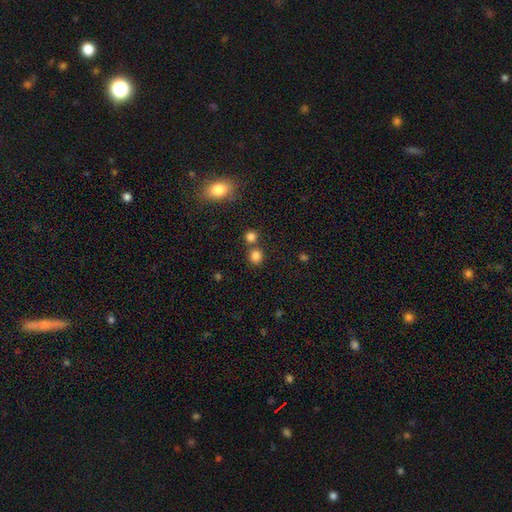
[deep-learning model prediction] A smooth galaxy with no disk features (80%) that is round (88%). Merging: none (67%).